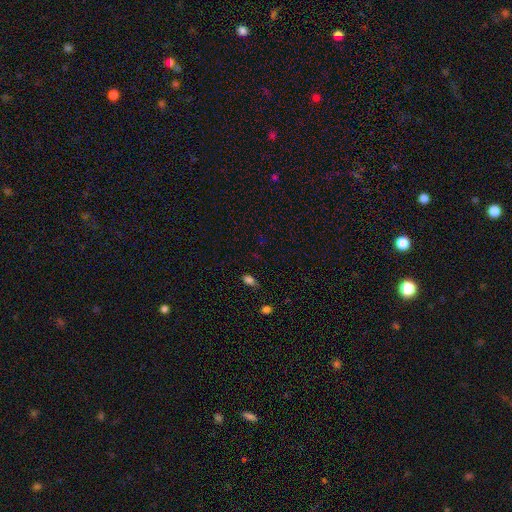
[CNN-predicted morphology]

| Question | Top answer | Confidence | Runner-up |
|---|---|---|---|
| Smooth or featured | smooth | 67% | star or artifact (27%) |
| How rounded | in between | 79% | round (16%) |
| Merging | none | 69% | minor disturbance (21%) |